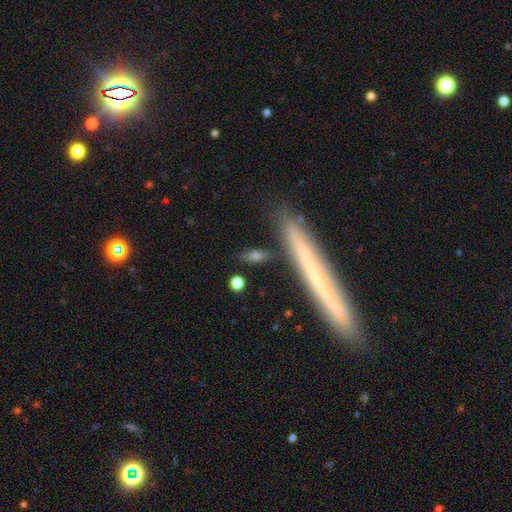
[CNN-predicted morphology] Overall: smooth (67%). How rounded: cigar-shaped (55%; in between 37%). Merging: none (76%).